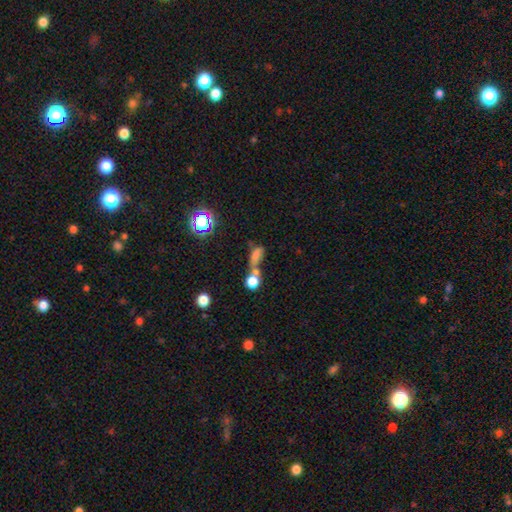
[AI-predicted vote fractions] Morphology: type=smooth (47%); merging=none (48%).